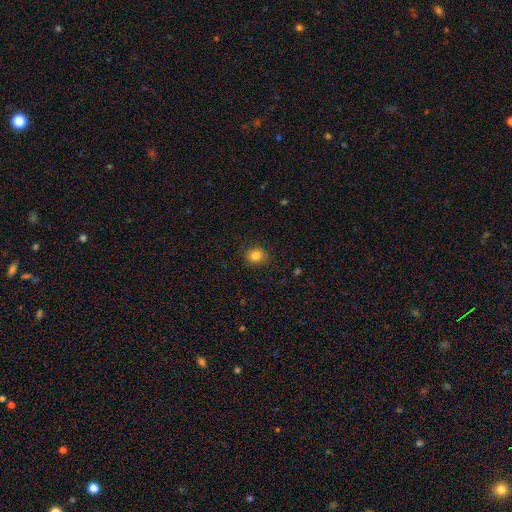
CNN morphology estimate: Smooth or featured: smooth — 84% (star or artifact — 10%)
How rounded: round — 68% (in between — 32%)
Merging: none — 84% (minor disturbance — 12%)